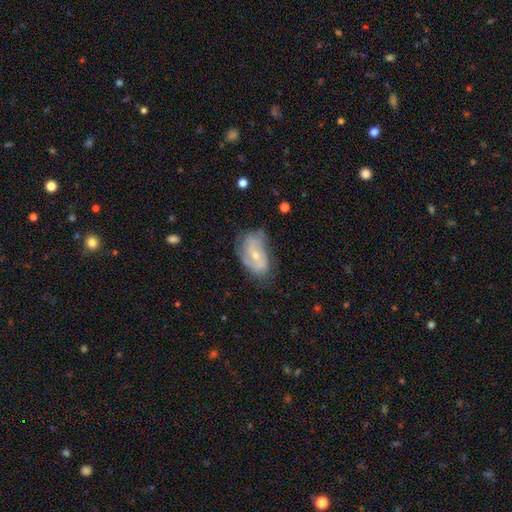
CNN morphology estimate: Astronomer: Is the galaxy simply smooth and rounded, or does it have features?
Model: featured or disk — 70%.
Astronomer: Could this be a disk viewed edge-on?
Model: no — 95%.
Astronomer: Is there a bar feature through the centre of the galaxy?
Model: no — 52% (runner-up: weak, 36%).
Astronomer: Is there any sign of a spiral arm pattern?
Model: yes — 84%.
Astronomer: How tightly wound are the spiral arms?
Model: medium — 41% (runner-up: tight, 38%).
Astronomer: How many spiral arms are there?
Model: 2 — 59%.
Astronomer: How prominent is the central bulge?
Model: small — 56% (runner-up: moderate, 41%).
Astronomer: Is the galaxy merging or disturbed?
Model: none — 59%.